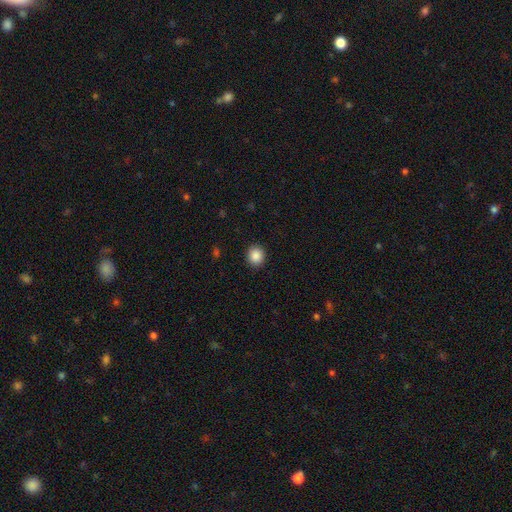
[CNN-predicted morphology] Smooth or featured? Predicted: smooth (p=0.88). How rounded? Predicted: round (p=0.87). Merging? Predicted: none (p=0.91).